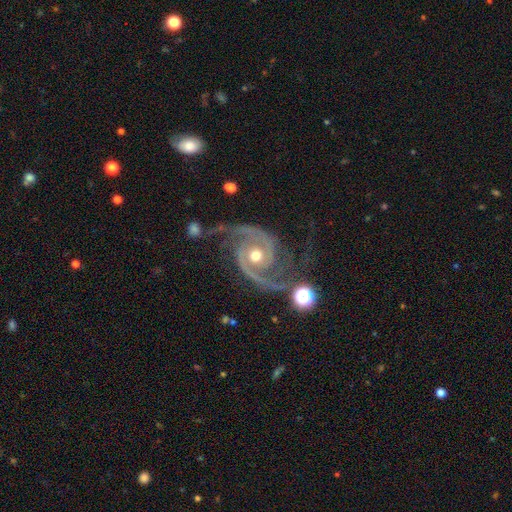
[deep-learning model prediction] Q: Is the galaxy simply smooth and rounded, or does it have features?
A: featured or disk — 93%.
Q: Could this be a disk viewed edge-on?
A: no — 98%.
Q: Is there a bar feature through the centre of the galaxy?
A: no — 71%.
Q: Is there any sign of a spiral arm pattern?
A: yes — 99%.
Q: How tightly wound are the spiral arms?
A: medium — 56%.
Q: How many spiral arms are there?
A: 2 — 93%.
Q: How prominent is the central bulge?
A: moderate — 76%.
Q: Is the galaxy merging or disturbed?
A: none — 67%.